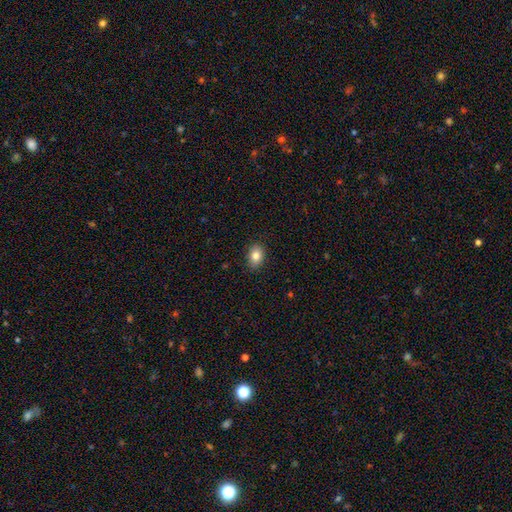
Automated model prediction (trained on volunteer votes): smooth_or_featured: smooth (p=0.83) [alt: star or artifact p=0.09]
how_rounded: in between (p=0.76) [alt: round p=0.23]
merging: none (p=0.89) [alt: minor disturbance p=0.08]